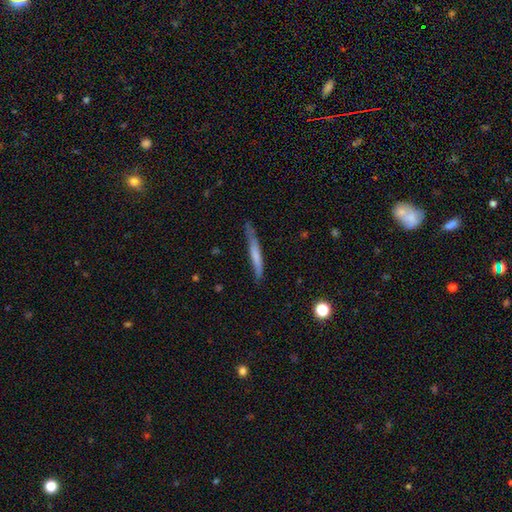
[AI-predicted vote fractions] Q: Smooth or featured?
A: smooth (58%); runner-up: featured or disk (35%)
Q: How rounded?
A: cigar-shaped (95%); runner-up: in between (4%)
Q: Merging?
A: none (70%); runner-up: minor disturbance (23%)